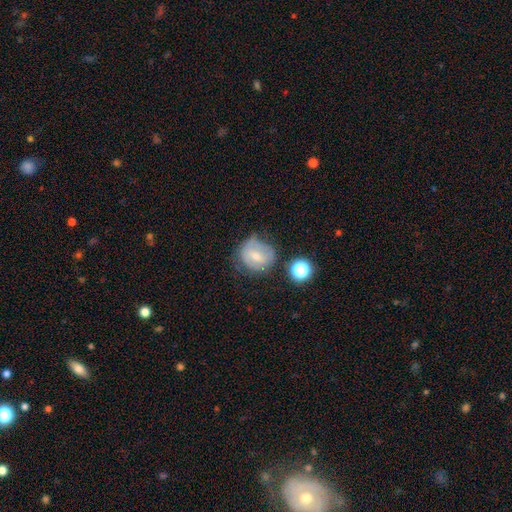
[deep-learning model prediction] Smooth or featured?
  - smooth: 48% *
  - featured or disk: 43%
  - star or artifact: 10%
Merging?
  - none: 55% *
  - minor disturbance: 28%
  - major disturbance: 12%
  - merger: 6%